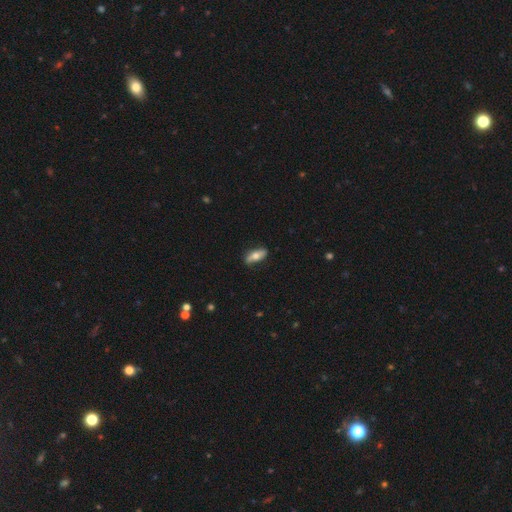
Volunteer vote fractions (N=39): Smooth or featured: featured or disk — 59% (smooth — 31%)
Edge-on disk: yes — 57% (no — 43%)
Edge-on bulge: rounded — 92% (none — 8%)
Merging: none — 71% (minor disturbance — 20%)